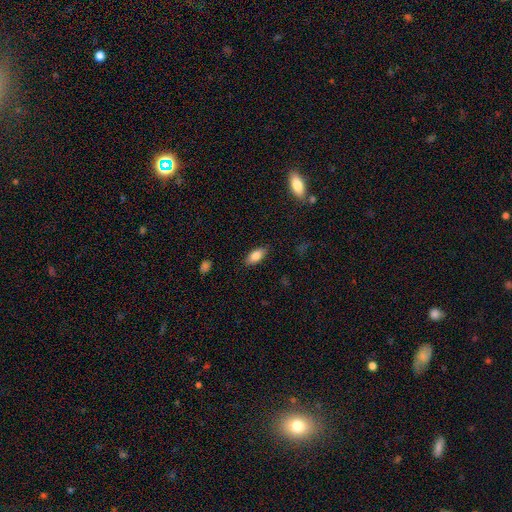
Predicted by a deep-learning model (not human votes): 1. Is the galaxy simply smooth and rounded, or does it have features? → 83% smooth, 9% featured or disk, 8% star or artifact.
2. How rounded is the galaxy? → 89% in between, 8% cigar-shaped, 3% round.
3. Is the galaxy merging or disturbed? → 86% none, 11% minor disturbance, 3% major disturbance, 1% merger.